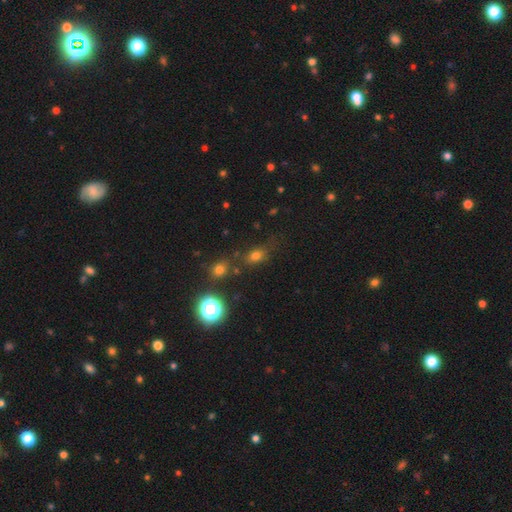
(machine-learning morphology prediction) Smooth or featured: smooth — 69% (star or artifact — 22%)
How rounded: in between — 59% (round — 37%)
Merging: none — 66% (minor disturbance — 18%)